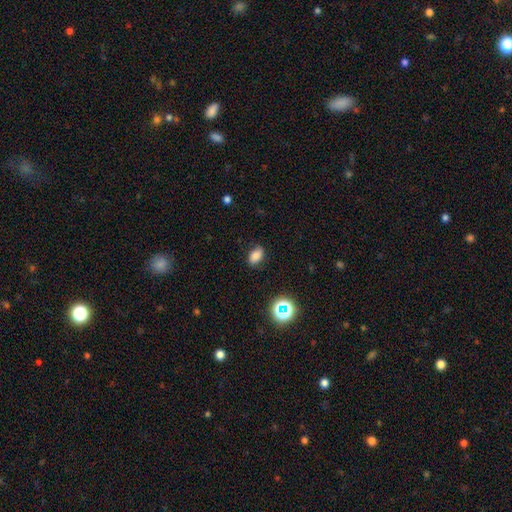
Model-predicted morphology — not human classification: smooth 78%, star or artifact 14%, featured or disk 8%. Down the decision tree: how rounded — in between (85%); merging — none (82%).